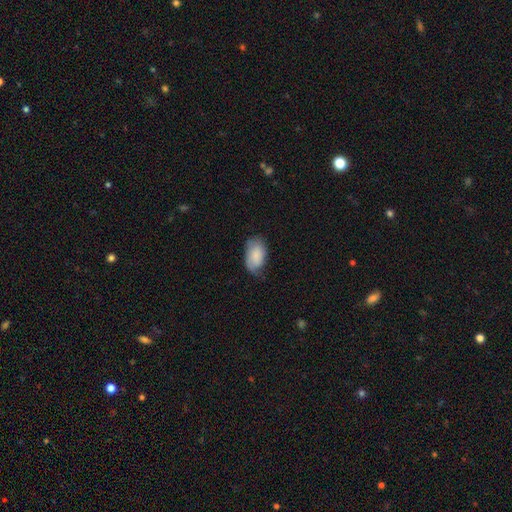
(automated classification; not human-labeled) Smooth or featured? smooth (77%)
How rounded? in between (93%)
Merging? none (56%)